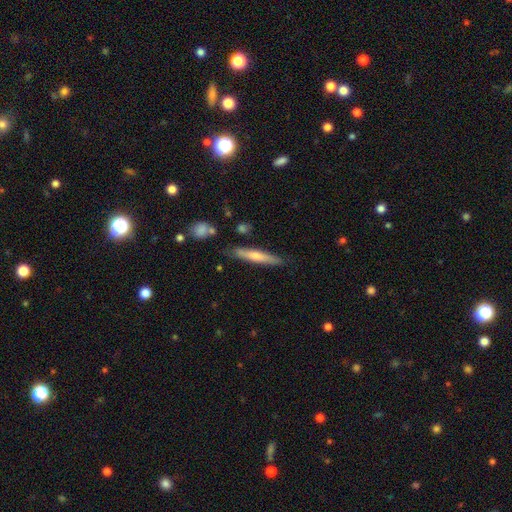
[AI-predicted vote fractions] A featured or disk galaxy (51%) viewed edge-on (93%). Merging: none (85%).